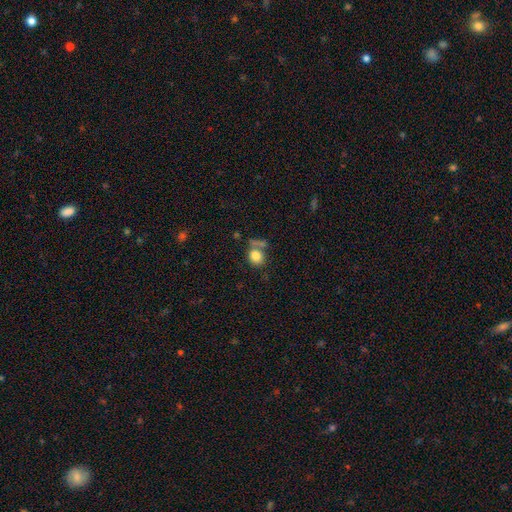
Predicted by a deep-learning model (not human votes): The model was most divided on "merging": none: 51%, merger: 24%, minor disturbance: 16%, major disturbance: 9%. More confident: smooth or featured — smooth (81%); how rounded — round (68%).